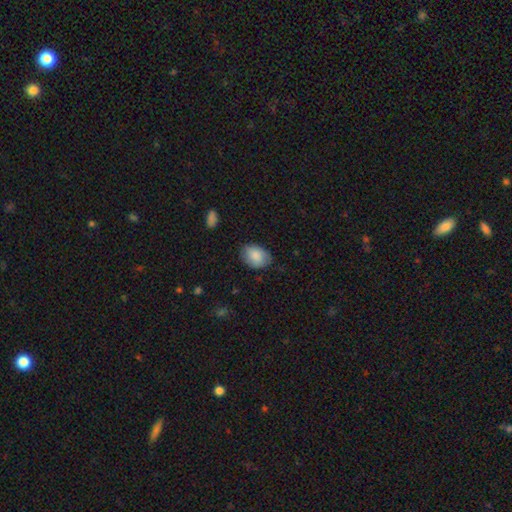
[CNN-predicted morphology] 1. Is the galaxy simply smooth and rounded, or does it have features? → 86% smooth, 8% featured or disk, 7% star or artifact.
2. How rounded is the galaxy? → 76% in between, 23% round, 1% cigar-shaped.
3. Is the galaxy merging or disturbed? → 76% none, 19% minor disturbance, 4% major disturbance, 1% merger.